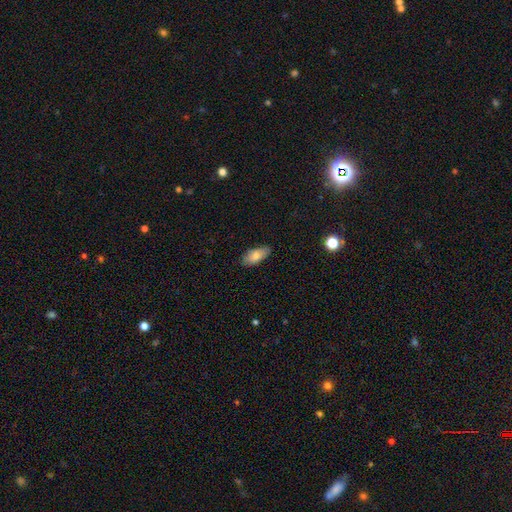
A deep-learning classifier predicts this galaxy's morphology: type=smooth (80%); roundness=in between (89%); merging=none (84%).